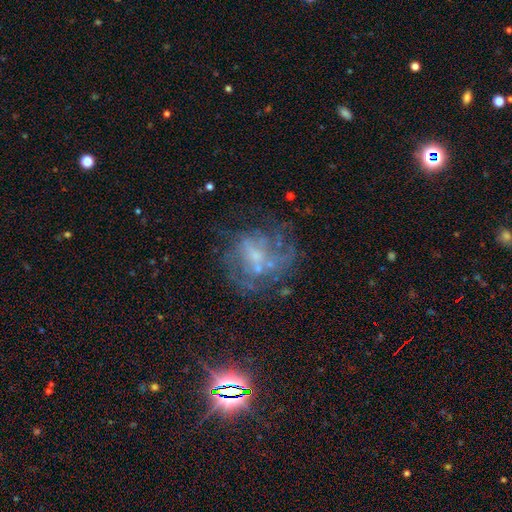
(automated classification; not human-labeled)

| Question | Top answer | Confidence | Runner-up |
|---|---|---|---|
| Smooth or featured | featured or disk | 66% | smooth (18%) |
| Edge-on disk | no | 98% | yes (2%) |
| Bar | no | 69% | weak (25%) |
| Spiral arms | no | 55% | yes (45%) |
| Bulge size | small | 43% | none (32%) |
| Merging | none | 46% | major disturbance (28%) |